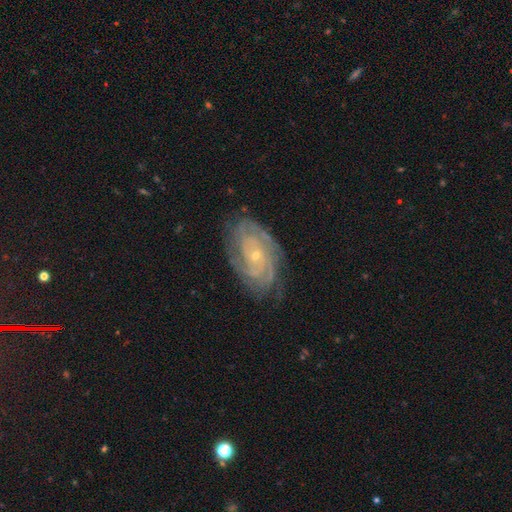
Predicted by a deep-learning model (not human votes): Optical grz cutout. It shows a featured or disk galaxy (87%) with no bar (72%), 2 (24%) tight (73%) spiral arms (97%) and a small central bulge (77%). Merging: none (77%).